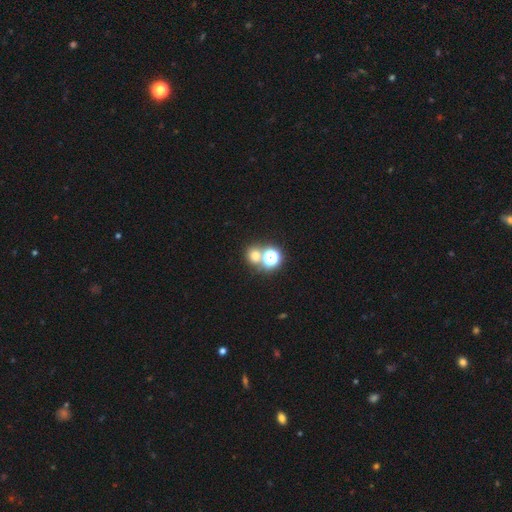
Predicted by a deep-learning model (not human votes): Smooth or featured?
  - smooth: 62% *
  - star or artifact: 30%
  - featured or disk: 8%
How rounded?
  - round: 79% *
  - in between: 20%
  - cigar-shaped: 1%
Merging?
  - none: 58% *
  - merger: 31%
  - minor disturbance: 7%
  - major disturbance: 4%